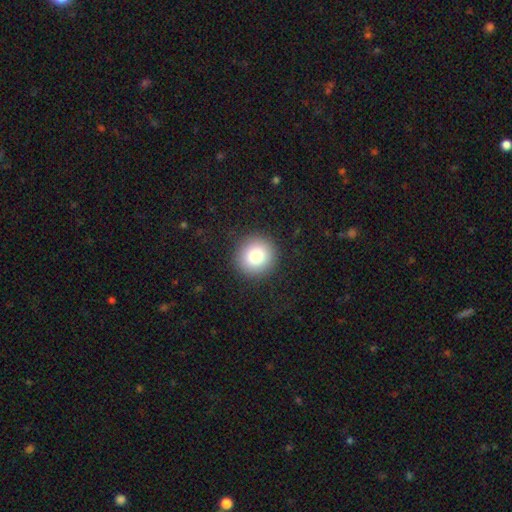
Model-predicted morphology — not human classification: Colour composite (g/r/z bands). It shows a smooth galaxy with no disk features (81%) that is round (94%). Merging: none (91%).